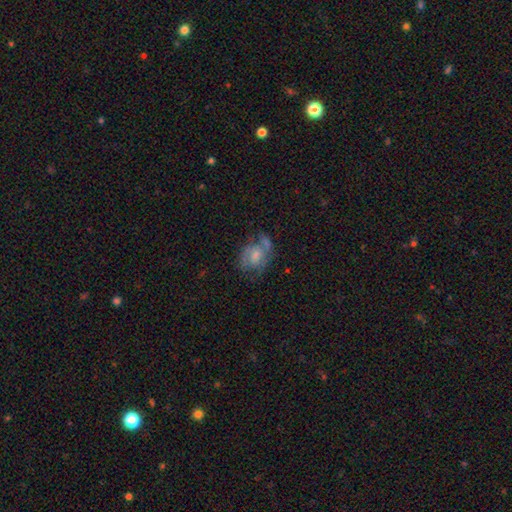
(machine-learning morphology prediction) Smooth or featured: featured or disk — 48% (smooth — 43%)
Merging: none — 38% (minor disturbance — 25%)